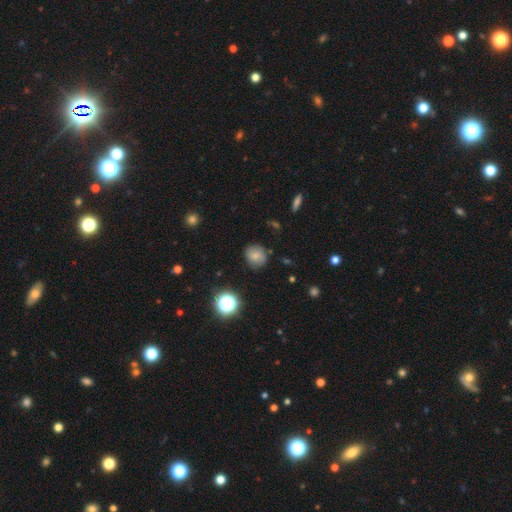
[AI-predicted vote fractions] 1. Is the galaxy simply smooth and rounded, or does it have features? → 73% smooth, 14% star or artifact, 13% featured or disk.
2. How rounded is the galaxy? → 80% round, 19% in between, 1% cigar-shaped.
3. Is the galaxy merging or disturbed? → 80% none, 14% minor disturbance, 3% major disturbance, 2% merger.